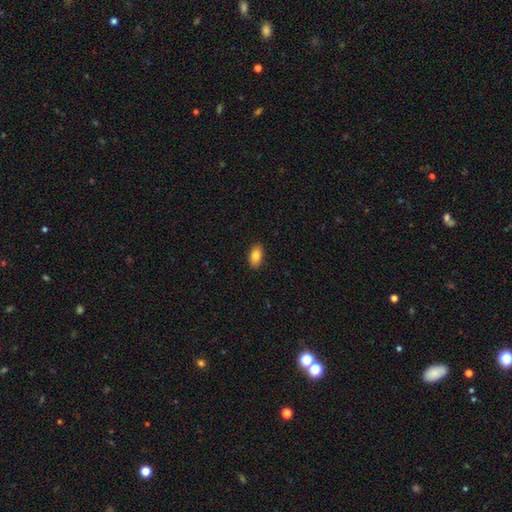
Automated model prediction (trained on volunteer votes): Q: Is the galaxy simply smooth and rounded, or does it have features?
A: smooth — 84%.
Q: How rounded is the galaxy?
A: in between — 92%.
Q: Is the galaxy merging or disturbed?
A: none — 89%.